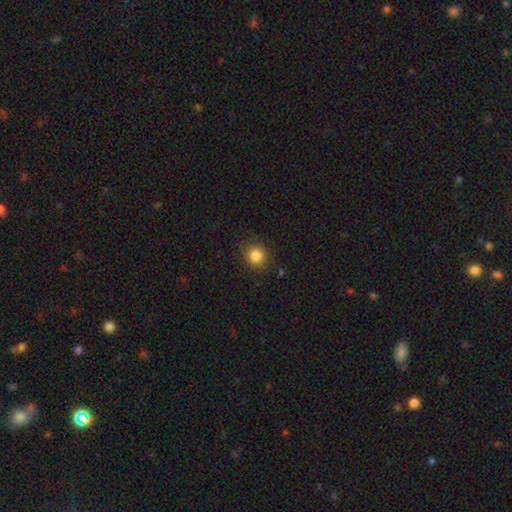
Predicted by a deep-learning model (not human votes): A smooth galaxy with no disk features (84%) that is round (87%). Merging: none (89%).